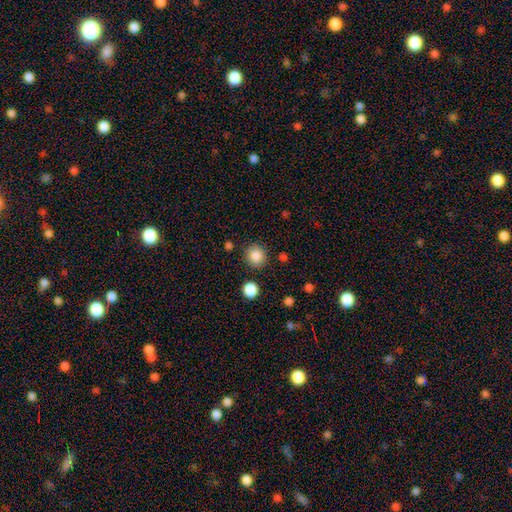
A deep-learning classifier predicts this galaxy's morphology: Smooth or featured?
  - smooth: 86% *
  - star or artifact: 10%
  - featured or disk: 4%
How rounded?
  - round: 91% *
  - in between: 8%
  - cigar-shaped: 1%
Merging?
  - none: 88% *
  - minor disturbance: 7%
  - merger: 3%
  - major disturbance: 3%